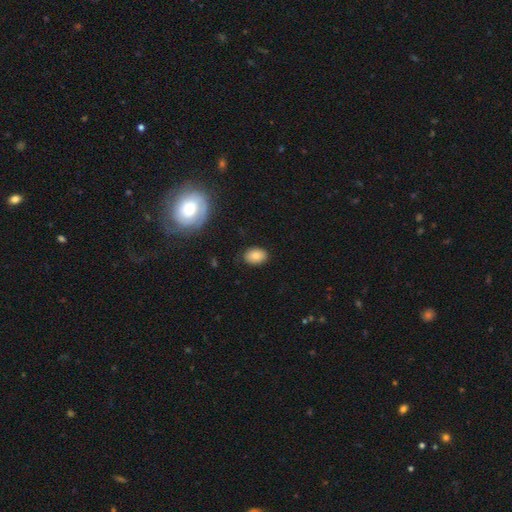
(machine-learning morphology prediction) Smooth or featured? smooth (82%)
How rounded? in between (81%)
Merging? none (85%)